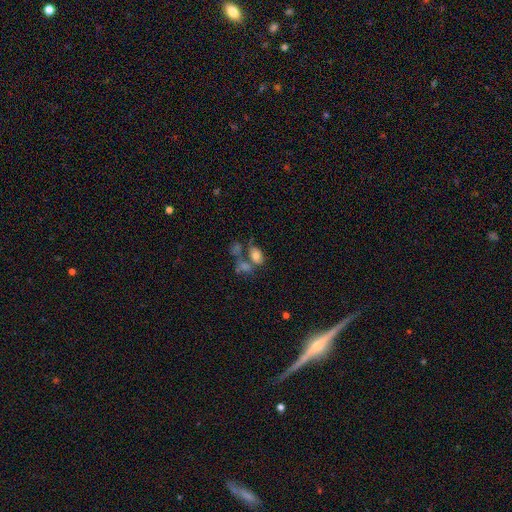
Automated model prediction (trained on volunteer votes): A smooth galaxy with no disk features (74%) that is in between round and cigar-shaped (87%).

Vote fractions:
- Smooth or featured? smooth: 74% / featured or disk: 15% / star or artifact: 11%
- How rounded? in between: 87% / round: 12% / cigar-shaped: 2%
- Merging? merger: 38% (tied) / none: 38% (tied) / minor disturbance: 14% / major disturbance: 10%